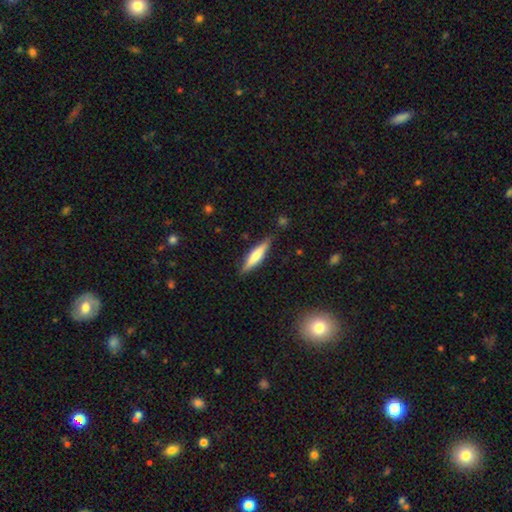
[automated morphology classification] Smooth or featured?
  - smooth: 61% *
  - featured or disk: 33%
  - star or artifact: 6%
How rounded?
  - cigar-shaped: 83% *
  - in between: 16%
  - round: 1%
Merging?
  - none: 85% *
  - minor disturbance: 11%
  - major disturbance: 2%
  - merger: 1%